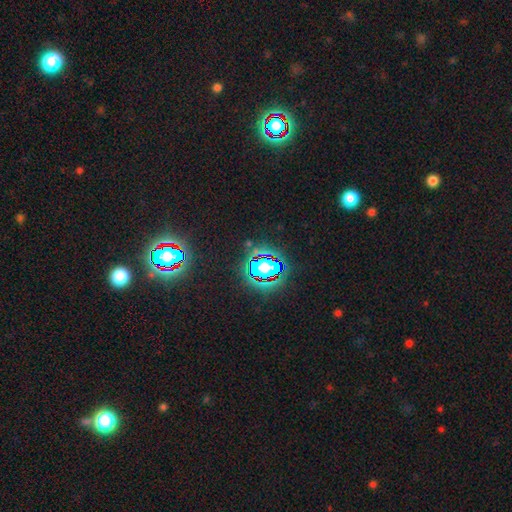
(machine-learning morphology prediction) The model was most divided on "smooth or featured": star or artifact: 84%, smooth: 10%, featured or disk: 7%.